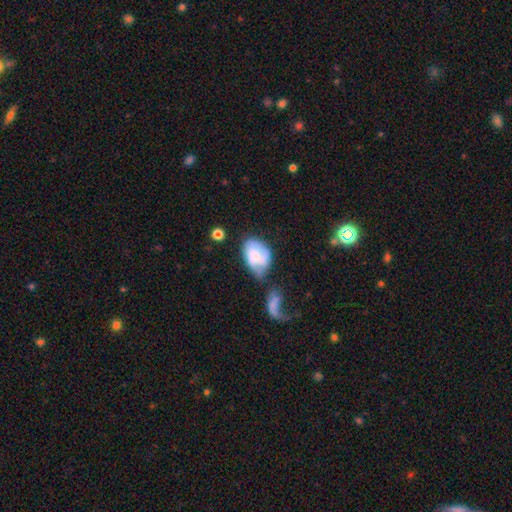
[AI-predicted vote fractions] Smooth or featured? smooth (48%)
Merging? none (28%)